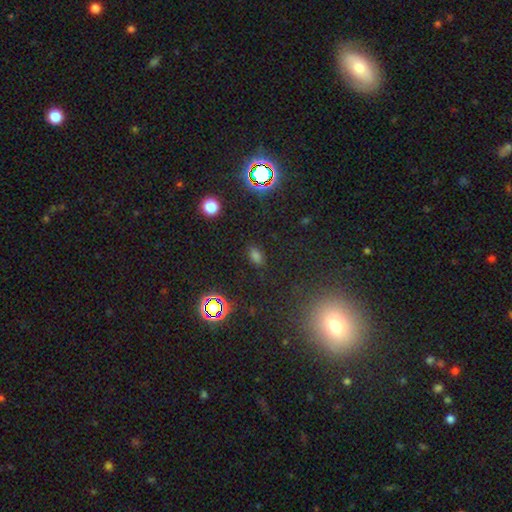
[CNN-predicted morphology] The model was most divided on "smooth or featured": smooth: 61%, star or artifact: 32%, featured or disk: 7%. More confident: merging — none (85%); how rounded — in between (81%).